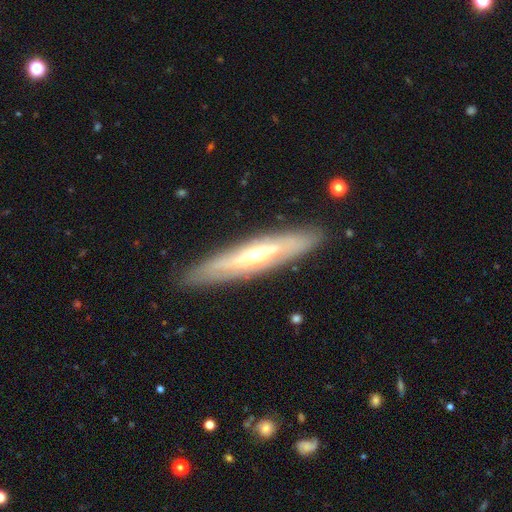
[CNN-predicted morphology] The model was most divided on "edge-on disk": yes: 63%, no: 37%. More confident: merging — none (87%); smooth or featured — featured or disk (73%).